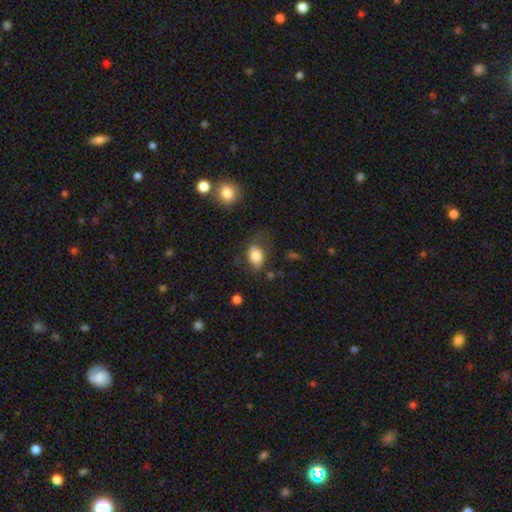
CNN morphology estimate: smooth_or_featured: smooth (p=0.81) [alt: featured or disk p=0.11]
how_rounded: in between (p=0.83) [alt: round p=0.16]
merging: none (p=0.58) [alt: minor disturbance p=0.26]